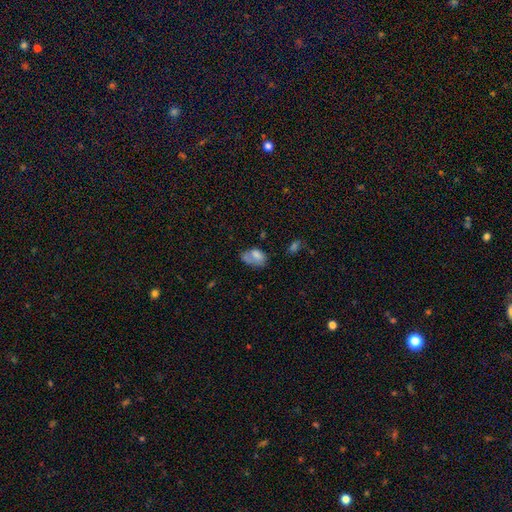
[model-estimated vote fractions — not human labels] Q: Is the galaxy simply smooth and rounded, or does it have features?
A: smooth — 71%.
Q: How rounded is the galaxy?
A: in between — 85%.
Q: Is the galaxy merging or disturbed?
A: none — 35%.